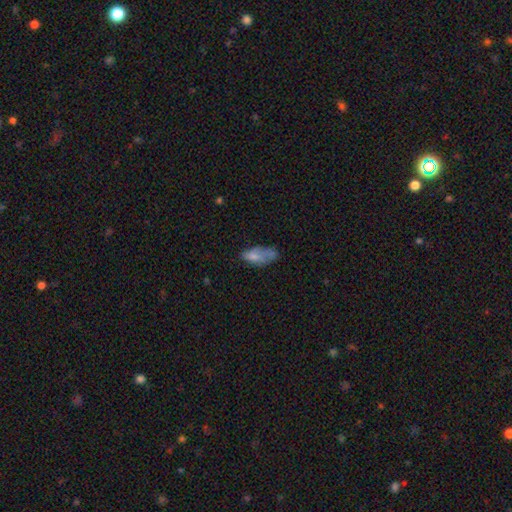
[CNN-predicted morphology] Q: Smooth or featured?
A: smooth (72%); runner-up: featured or disk (19%)
Q: How rounded?
A: in between (86%); runner-up: cigar-shaped (11%)
Q: Merging?
A: none (42%); runner-up: minor disturbance (33%)